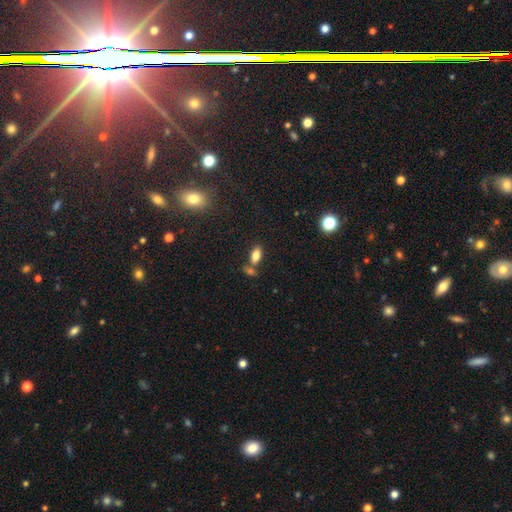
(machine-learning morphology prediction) A smooth galaxy with no disk features (80%) that is in between round and cigar-shaped (89%).

Vote fractions:
- Smooth or featured? smooth: 80% / star or artifact: 10% / featured or disk: 10%
- How rounded? in between: 89% / cigar-shaped: 6% / round: 5%
- Merging? none: 60% / merger: 25% / minor disturbance: 11% / major disturbance: 4%